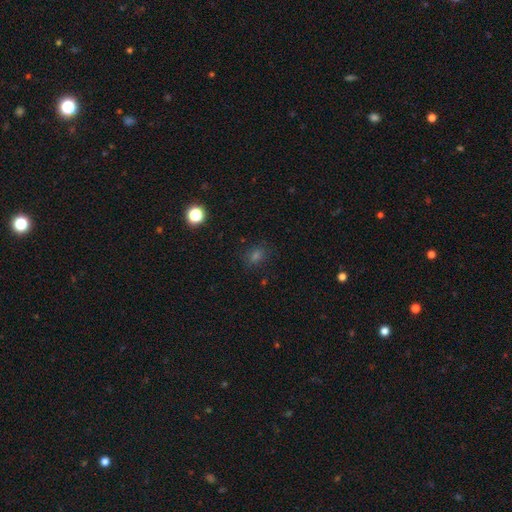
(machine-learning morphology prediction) smooth 64%, star or artifact 29%, featured or disk 8%. Down the decision tree: how rounded — round (54%); merging — none (84%).